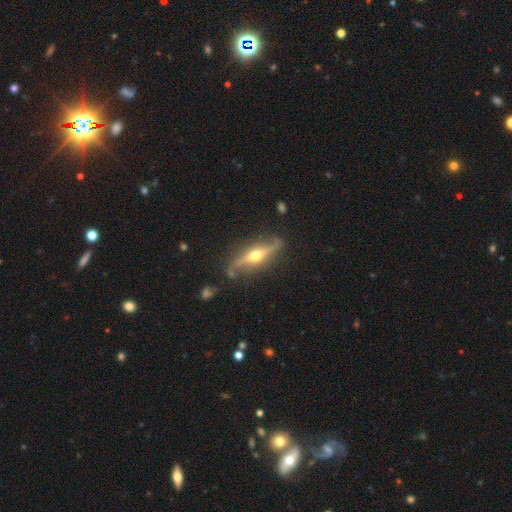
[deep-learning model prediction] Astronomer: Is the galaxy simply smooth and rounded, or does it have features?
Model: featured or disk — 78%.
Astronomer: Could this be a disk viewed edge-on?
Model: yes — 81%.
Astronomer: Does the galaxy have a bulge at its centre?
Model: rounded — 95%.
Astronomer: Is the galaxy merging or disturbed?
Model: none — 77%.